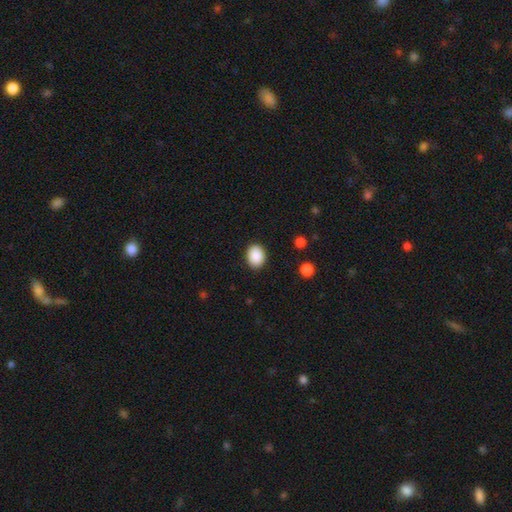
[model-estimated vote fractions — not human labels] This is clearly a smooth galaxy (90%). How rounded: possibly in between (58%). Merging: clearly none (89%).